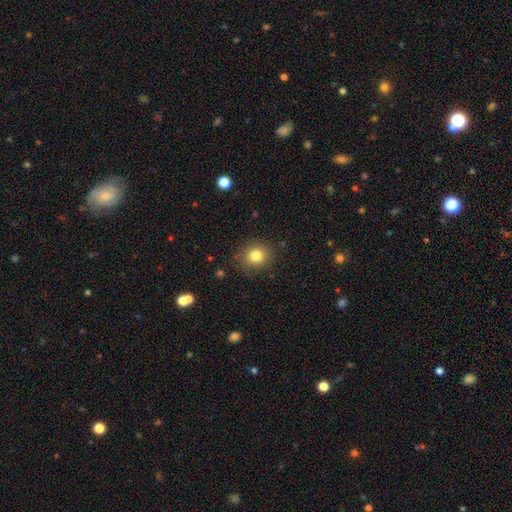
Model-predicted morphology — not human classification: This is clearly a smooth galaxy (81%). How rounded: clearly round (80%). Merging: clearly none (86%).